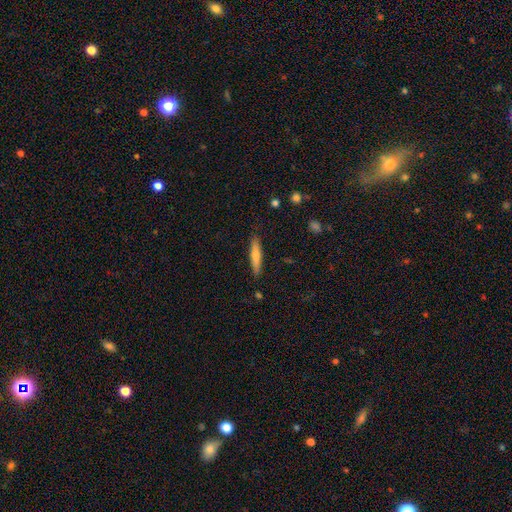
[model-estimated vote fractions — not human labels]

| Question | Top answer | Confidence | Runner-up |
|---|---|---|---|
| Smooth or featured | smooth | 68% | featured or disk (26%) |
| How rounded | cigar-shaped | 89% | in between (10%) |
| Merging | none | 88% | minor disturbance (9%) |